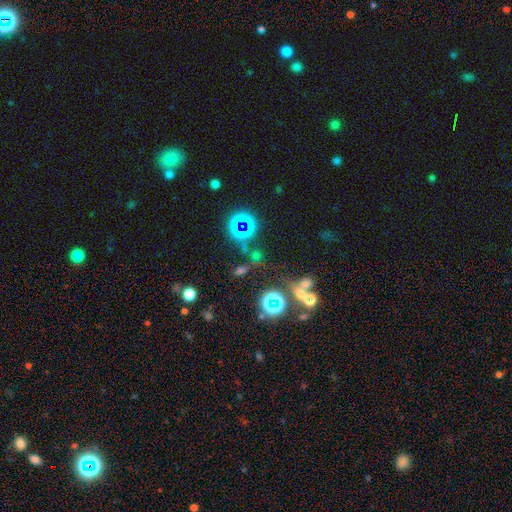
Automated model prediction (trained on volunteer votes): Q: Smooth or featured?
A: star or artifact (46%); runner-up: smooth (43%)